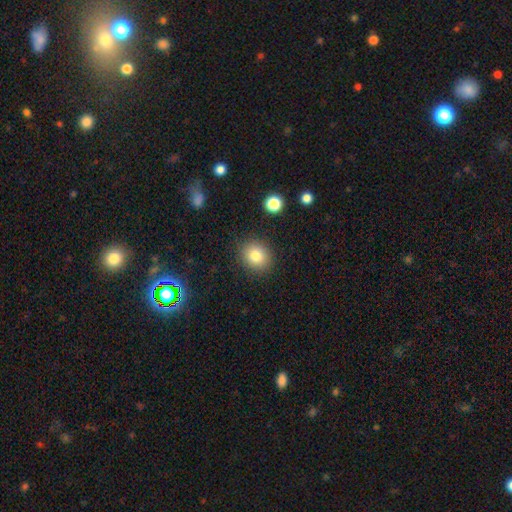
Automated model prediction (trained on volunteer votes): A smooth galaxy with no disk features (81%) that is round (74%). Merging: none (88%).